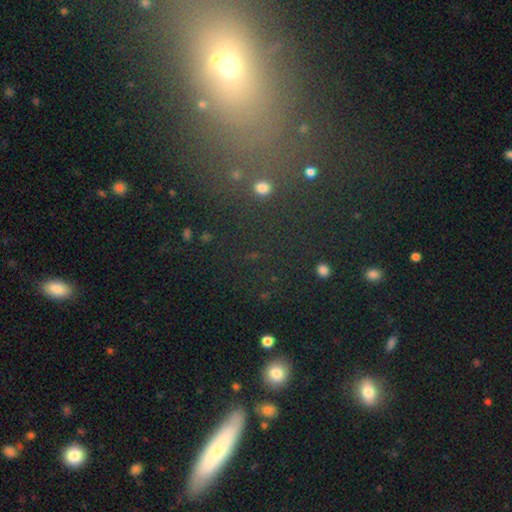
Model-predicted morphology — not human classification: The model was most divided on "smooth or featured": smooth: 41%, star or artifact: 39%, featured or disk: 20%. More confident: merging — none (67%).